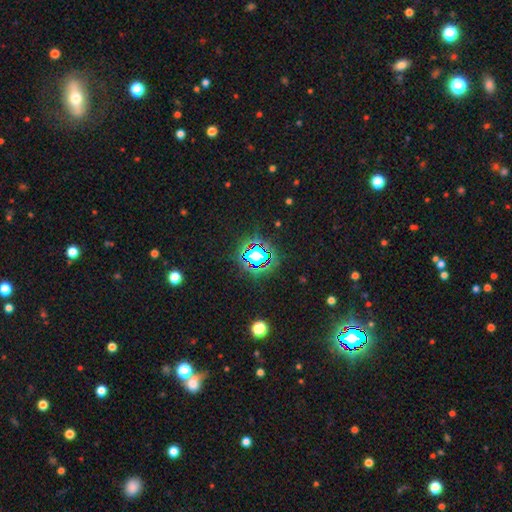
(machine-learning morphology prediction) Q: Smooth or featured?
A: star or artifact (69%); runner-up: smooth (20%)